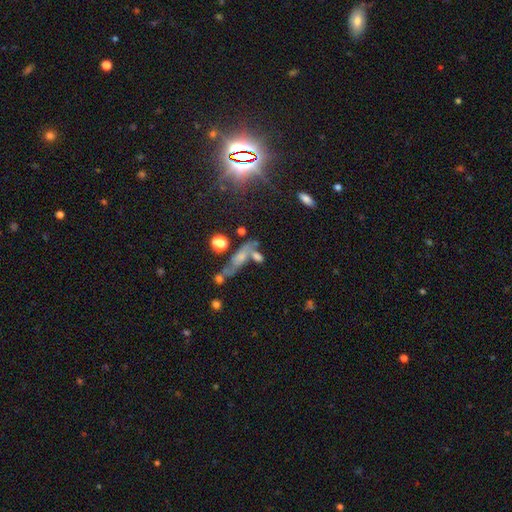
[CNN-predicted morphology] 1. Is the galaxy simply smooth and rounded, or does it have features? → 41% featured or disk, 36% smooth, 23% star or artifact.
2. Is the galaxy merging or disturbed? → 46% none, 24% merger, 18% minor disturbance, 12% major disturbance.